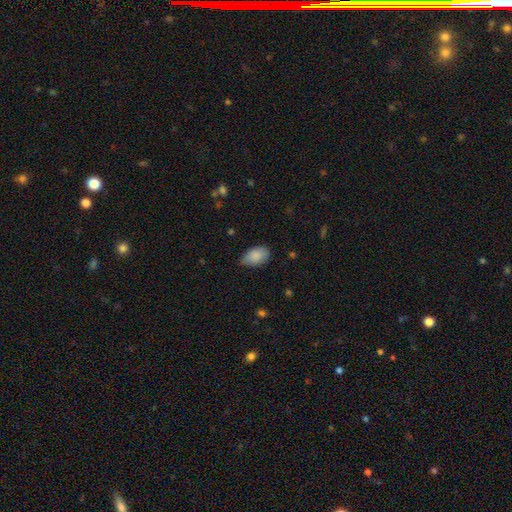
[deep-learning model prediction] This appears to be a smooth galaxy with no disk features (87%) that is in between round and cigar-shaped (92%). Merging: none (63%).